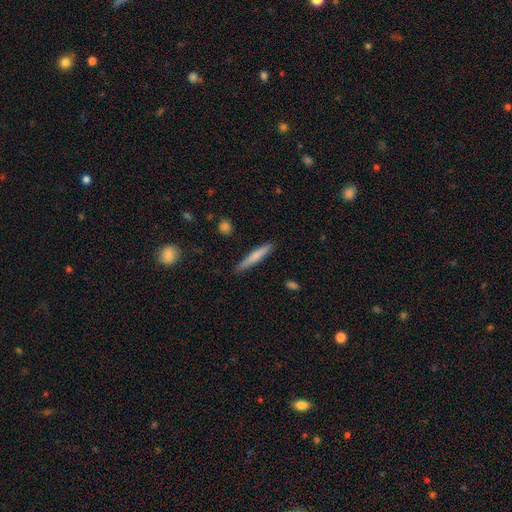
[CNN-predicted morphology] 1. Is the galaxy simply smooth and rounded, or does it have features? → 71% smooth, 23% featured or disk, 6% star or artifact.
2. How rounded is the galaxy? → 93% cigar-shaped, 5% in between, 1% round.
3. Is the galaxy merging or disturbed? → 86% none, 11% minor disturbance, 2% major disturbance, 2% merger.